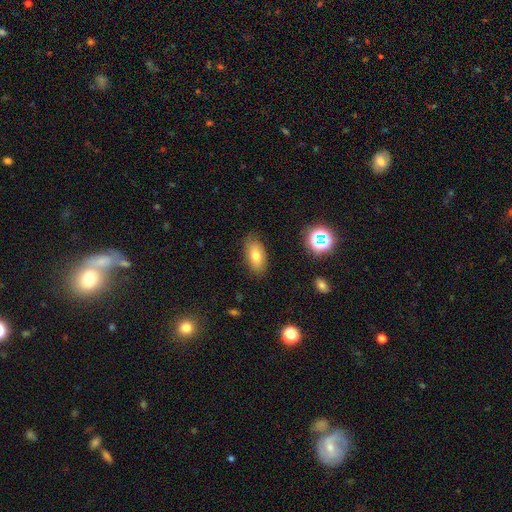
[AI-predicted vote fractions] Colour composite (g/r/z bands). It shows a smooth galaxy with no disk features (76%) that is in between round and cigar-shaped (90%). Merging: none (85%).